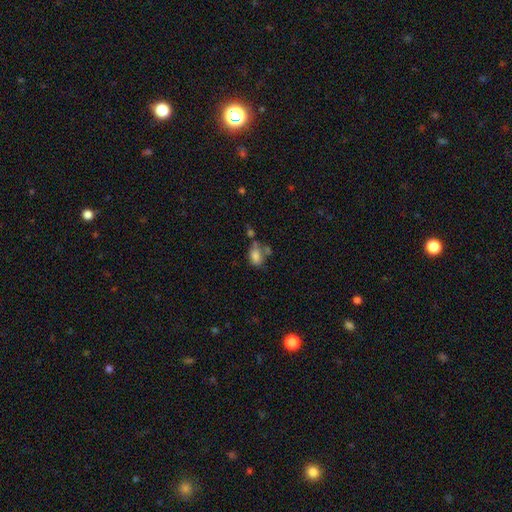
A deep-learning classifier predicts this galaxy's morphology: This is likely a smooth galaxy (76%). How rounded: clearly in between (83%). Merging: marginally none (41%).